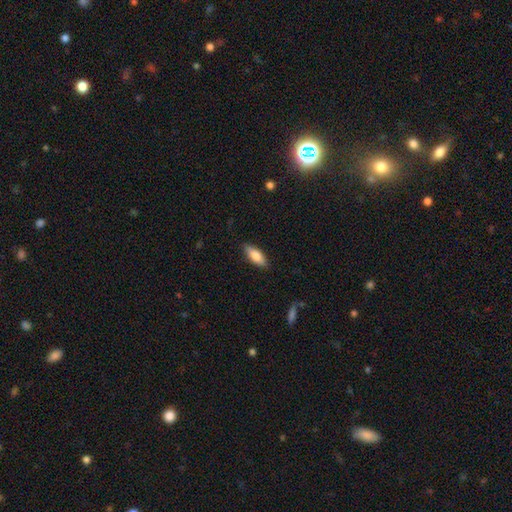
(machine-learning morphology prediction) A smooth galaxy with no disk features (81%) that is in between round and cigar-shaped (74%). Merging: none (86%).